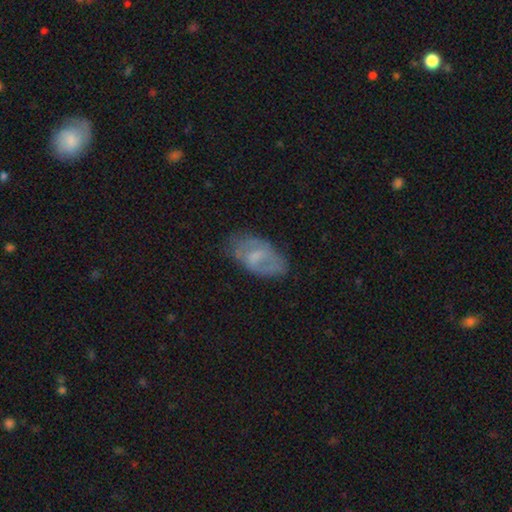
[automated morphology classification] This is possibly a featured or disk galaxy (50%). Merging: likely none (60%).